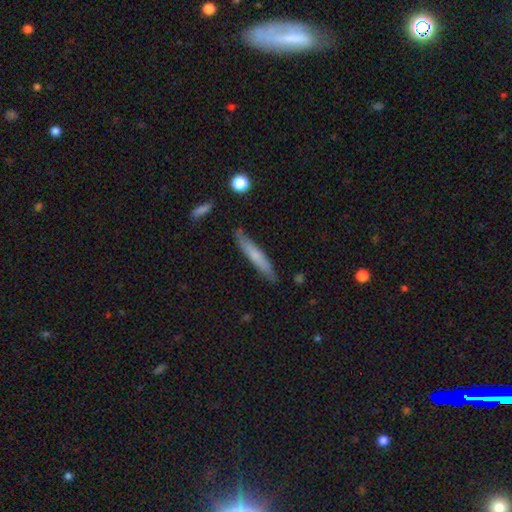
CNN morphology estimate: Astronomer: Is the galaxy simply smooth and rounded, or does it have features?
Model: smooth — 64%.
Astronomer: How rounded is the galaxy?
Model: cigar-shaped — 92%.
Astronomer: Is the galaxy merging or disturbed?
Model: none — 83%.